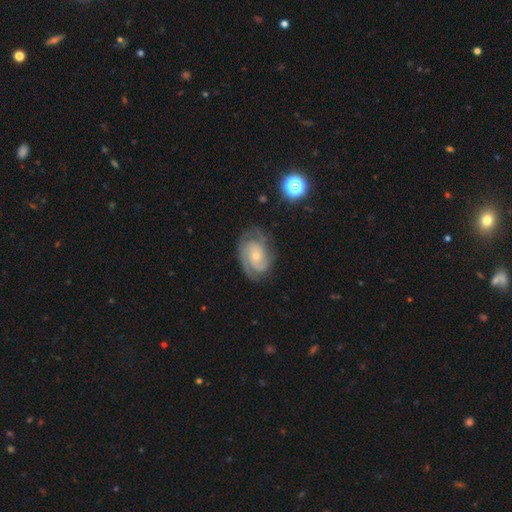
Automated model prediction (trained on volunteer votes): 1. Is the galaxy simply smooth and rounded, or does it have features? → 84% featured or disk, 10% smooth, 6% star or artifact.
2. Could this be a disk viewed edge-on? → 97% no, 3% yes.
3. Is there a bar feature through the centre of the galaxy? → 69% no, 26% weak, 5% strong.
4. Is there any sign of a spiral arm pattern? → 96% yes, 4% no.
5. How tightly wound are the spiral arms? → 55% tight, 36% medium, 9% loose.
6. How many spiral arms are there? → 51% 2, 19% 3, 17% can't tell, 6% 1, 4% 4, 3% more than 4.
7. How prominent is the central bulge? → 62% small, 32% moderate, 2% none, 2% large, 1% dominant.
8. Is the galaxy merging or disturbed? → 70% none, 20% minor disturbance, 8% major disturbance, 2% merger.